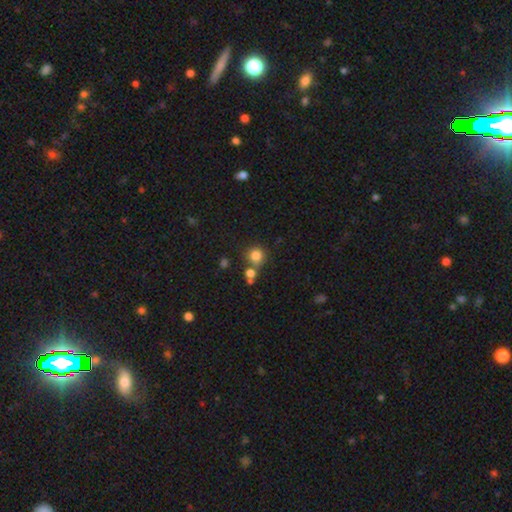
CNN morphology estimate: Q: Smooth or featured?
A: smooth (81%); runner-up: star or artifact (12%)
Q: How rounded?
A: round (90%); runner-up: in between (9%)
Q: Merging?
A: none (66%); runner-up: merger (21%)